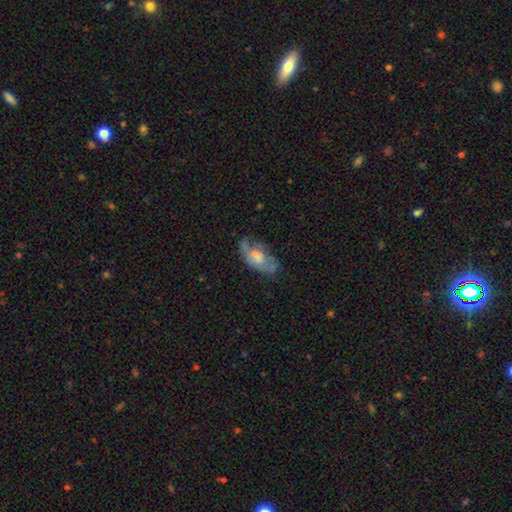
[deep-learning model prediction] Smooth or featured: featured or disk — 49% (smooth — 43%)
Merging: none — 53% (minor disturbance — 28%)